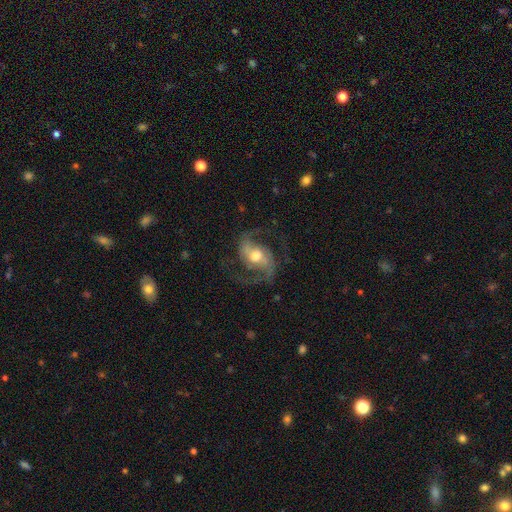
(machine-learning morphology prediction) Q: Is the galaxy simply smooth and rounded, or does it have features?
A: featured or disk — 88%.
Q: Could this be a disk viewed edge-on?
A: no — 97%.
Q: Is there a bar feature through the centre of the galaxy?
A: weak — 44%.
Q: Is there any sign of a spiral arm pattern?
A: yes — 97%.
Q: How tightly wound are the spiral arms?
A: medium — 53%.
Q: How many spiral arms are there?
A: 2 — 92%.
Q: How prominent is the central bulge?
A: moderate — 70%.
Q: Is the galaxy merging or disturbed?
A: none — 72%.